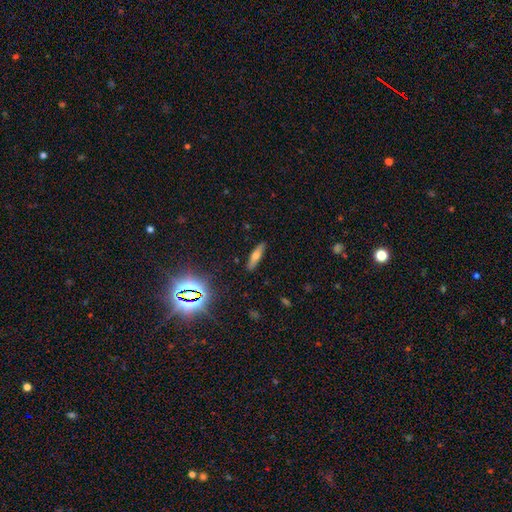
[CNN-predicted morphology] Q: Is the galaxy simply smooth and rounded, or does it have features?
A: smooth — 51%.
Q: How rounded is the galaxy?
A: cigar-shaped — 69%.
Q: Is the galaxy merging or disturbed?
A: none — 87%.